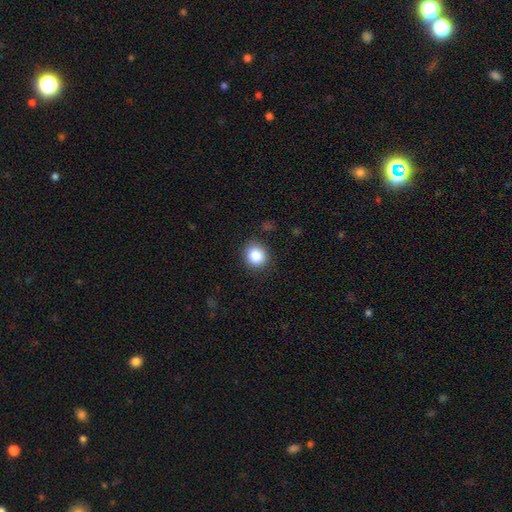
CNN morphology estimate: Smooth or featured? Predicted: smooth (p=0.87). How rounded? Predicted: round (p=0.85). Merging? Predicted: none (p=0.85).